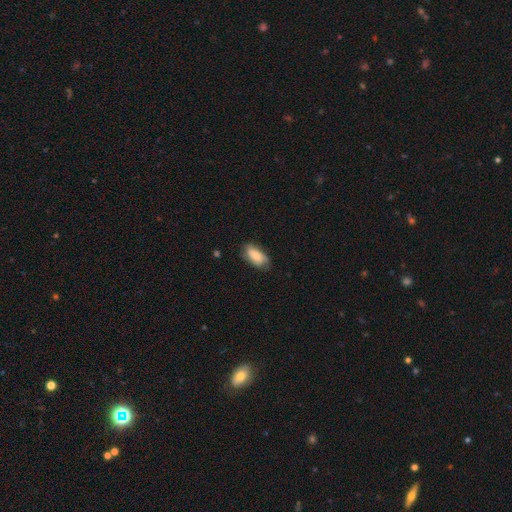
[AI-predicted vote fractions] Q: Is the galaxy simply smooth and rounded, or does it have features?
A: smooth — 75%.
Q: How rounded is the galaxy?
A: in between — 90%.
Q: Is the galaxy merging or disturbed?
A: none — 67%.